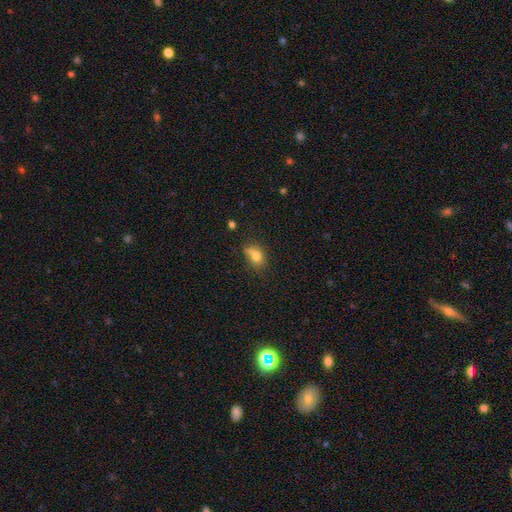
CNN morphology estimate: A smooth galaxy with no disk features (76%) that is in between round and cigar-shaped (61%). Merging: none (47%).